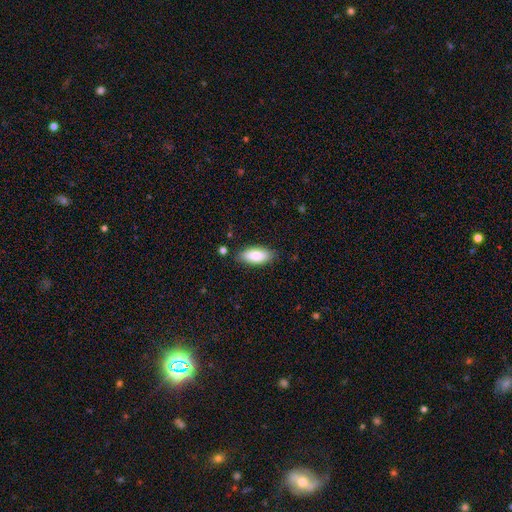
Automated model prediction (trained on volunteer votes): This is clearly a smooth galaxy (86%). How rounded: clearly in between (86%). Merging: clearly none (83%).